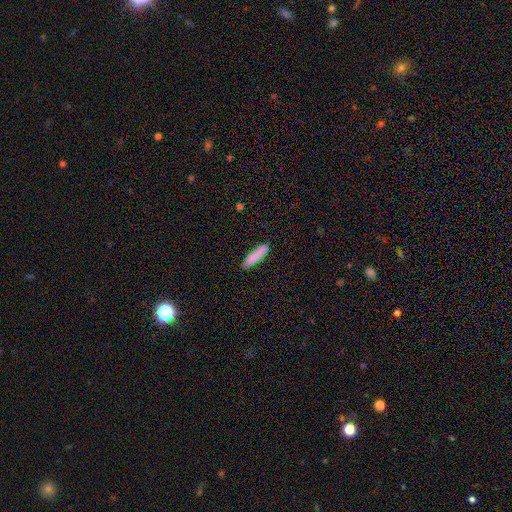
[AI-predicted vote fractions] This is clearly a smooth galaxy (84%). How rounded: likely cigar-shaped (73%). Merging: clearly none (84%).